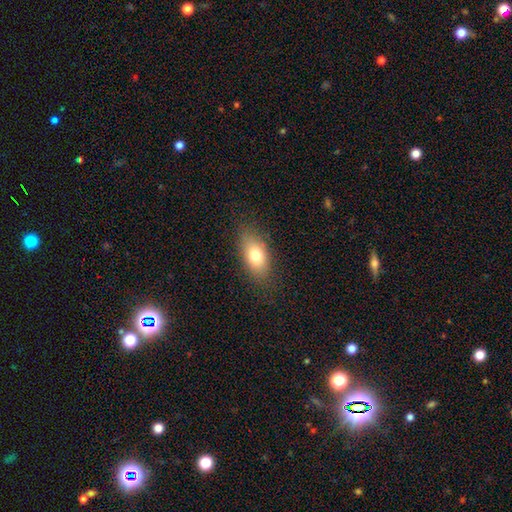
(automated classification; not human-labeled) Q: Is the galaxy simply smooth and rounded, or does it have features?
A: smooth — 74%.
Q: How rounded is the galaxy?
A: in between — 85%.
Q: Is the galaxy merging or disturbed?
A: none — 82%.